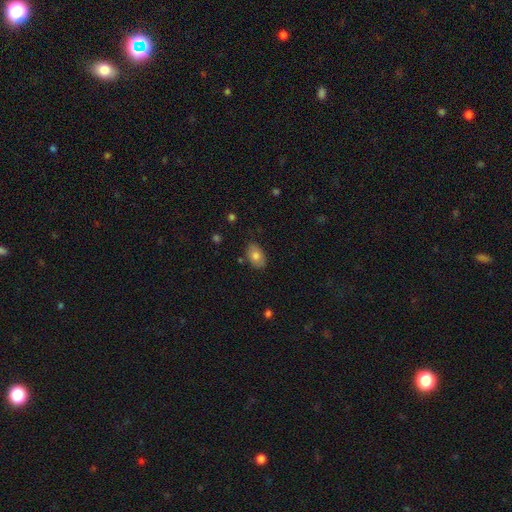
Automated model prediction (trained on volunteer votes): The model was most divided on "smooth or featured": smooth: 79%, featured or disk: 13%, star or artifact: 7%. More confident: how rounded — in between (89%); merging — none (83%).